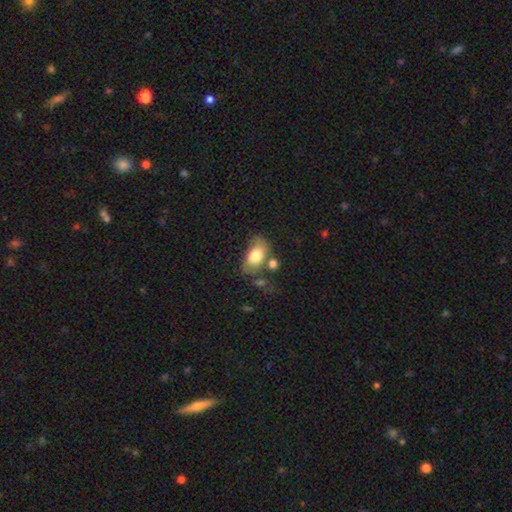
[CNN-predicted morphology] smooth-or-featured: smooth: 73% | featured or disk: 20% | star or artifact: 7%
  how-rounded: in between: 90% | round: 8% | cigar-shaped: 2%
  merging: none: 51% | minor disturbance: 22% | merger: 16% | major disturbance: 10%